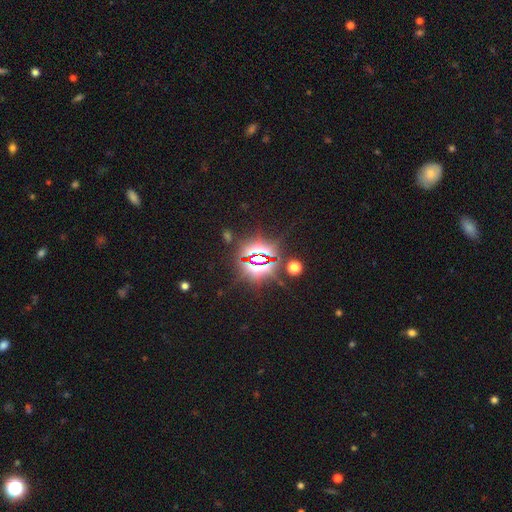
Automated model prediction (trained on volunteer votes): This appears to be a star or artifact, not a galaxy (80%).